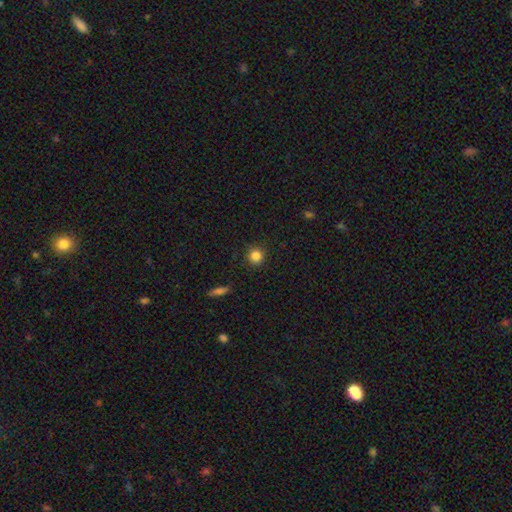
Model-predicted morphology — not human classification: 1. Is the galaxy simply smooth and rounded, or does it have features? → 84% smooth, 11% star or artifact, 4% featured or disk.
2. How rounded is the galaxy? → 94% round, 5% in between, 1% cigar-shaped.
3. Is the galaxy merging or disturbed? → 89% none, 8% minor disturbance, 2% major disturbance, 1% merger.